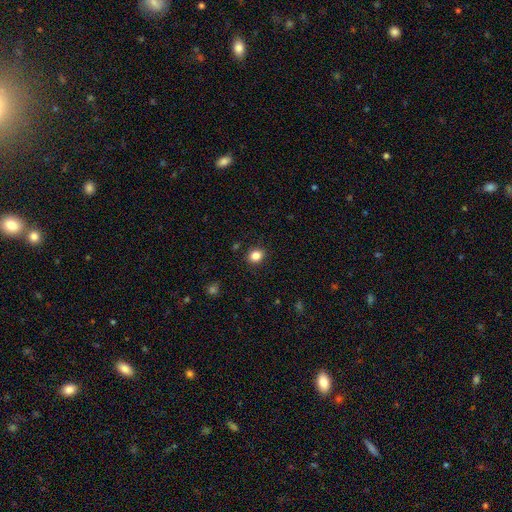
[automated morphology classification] Smooth or featured?
  - smooth: 84% *
  - star or artifact: 11%
  - featured or disk: 5%
How rounded?
  - round: 64% *
  - in between: 35%
  - cigar-shaped: 1%
Merging?
  - none: 90% *
  - minor disturbance: 7%
  - major disturbance: 2%
  - merger: 1%